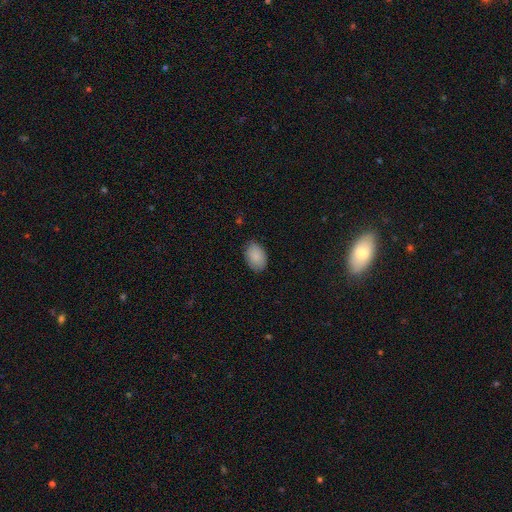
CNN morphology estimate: Q: Smooth or featured?
A: smooth (88%); runner-up: star or artifact (7%)
Q: How rounded?
A: in between (86%); runner-up: round (13%)
Q: Merging?
A: none (82%); runner-up: minor disturbance (14%)